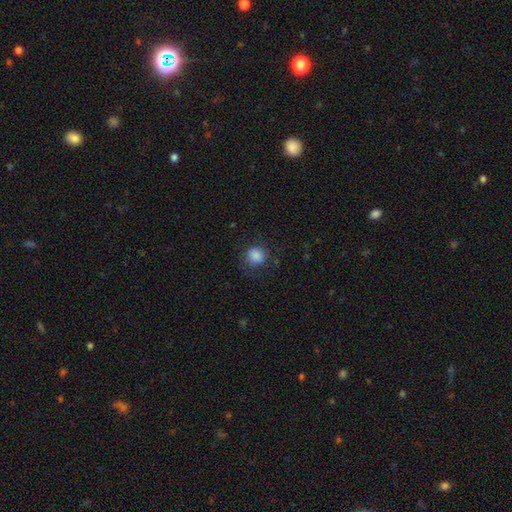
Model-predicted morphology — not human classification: The model was most divided on "merging": none: 74%, minor disturbance: 16%, major disturbance: 8%, merger: 1%. More confident: smooth or featured — smooth (85%); how rounded — round (83%).